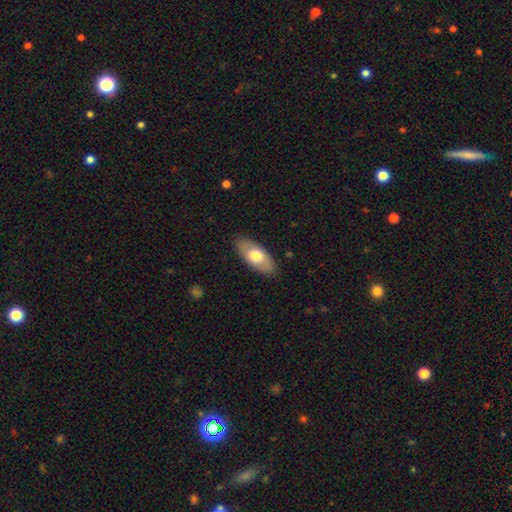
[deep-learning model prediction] smooth-or-featured: smooth: 65% | featured or disk: 30% | star or artifact: 5%
  how-rounded: in between: 91% | cigar-shaped: 7% | round: 3%
  merging: none: 86% | minor disturbance: 10% | major disturbance: 2% | merger: 1%